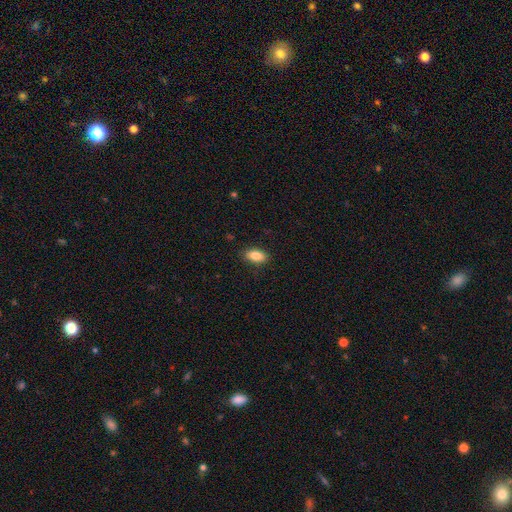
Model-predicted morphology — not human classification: This appears to be a smooth galaxy with no disk features (85%) that is in between round and cigar-shaped (90%). Merging: none (88%).